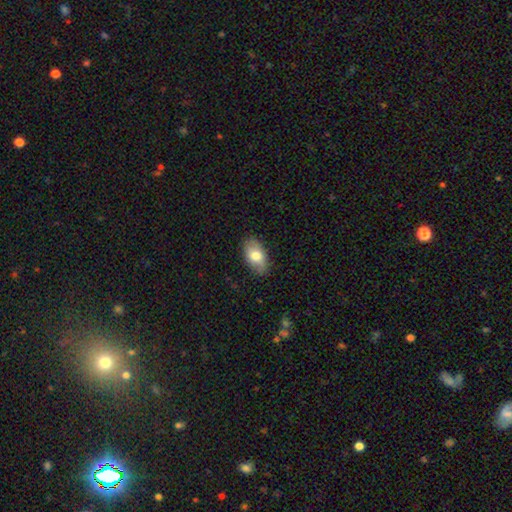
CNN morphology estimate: Smooth or featured: smooth — 75% (featured or disk — 18%)
How rounded: in between — 92% (round — 6%)
Merging: none — 84% (minor disturbance — 12%)